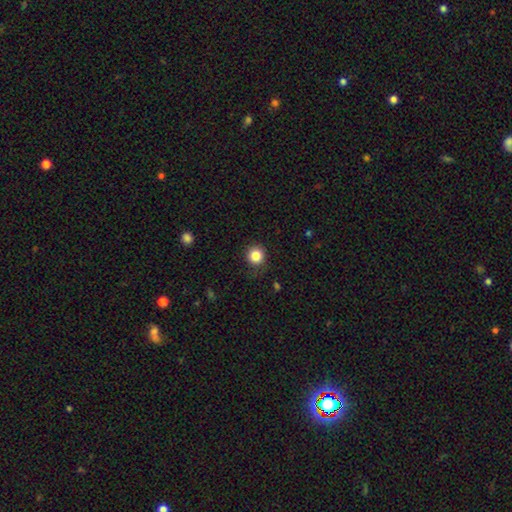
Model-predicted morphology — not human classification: Q: Smooth or featured?
A: smooth (84%); runner-up: star or artifact (11%)
Q: How rounded?
A: round (92%); runner-up: in between (7%)
Q: Merging?
A: none (86%); runner-up: minor disturbance (10%)